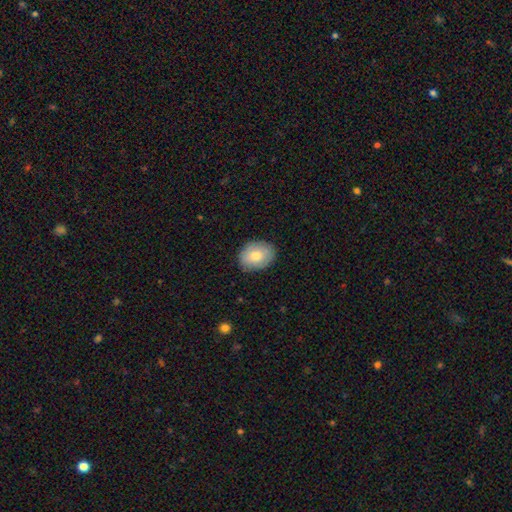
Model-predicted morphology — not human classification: A smooth galaxy with no disk features (77%) that is in between round and cigar-shaped (62%).

Vote fractions:
- Smooth or featured? smooth: 77% / featured or disk: 16% / star or artifact: 7%
- How rounded? in between: 62% / round: 37% / cigar-shaped: 1%
- Merging? none: 86% / minor disturbance: 11% / major disturbance: 2% / merger: 1%